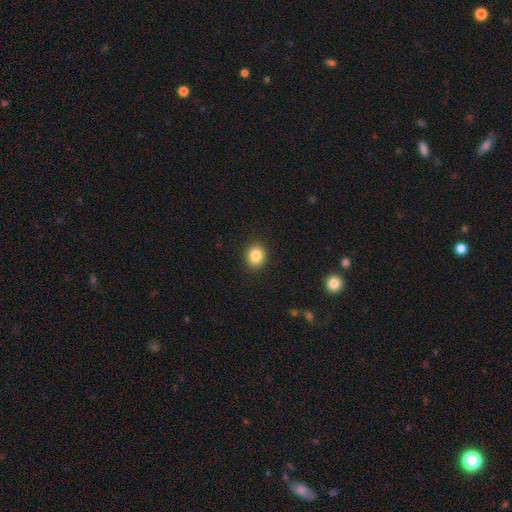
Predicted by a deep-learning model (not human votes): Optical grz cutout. It shows a smooth galaxy with no disk features (85%) that is round (73%). Merging: none (91%).